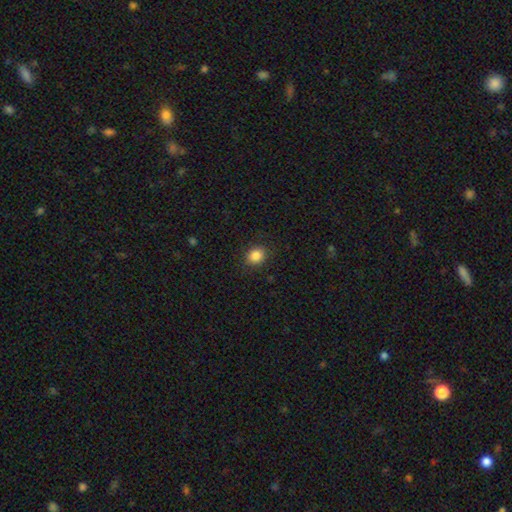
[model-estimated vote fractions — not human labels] Overall: smooth (86%). How rounded: round (68%; in between 31%). Merging: none (88%).